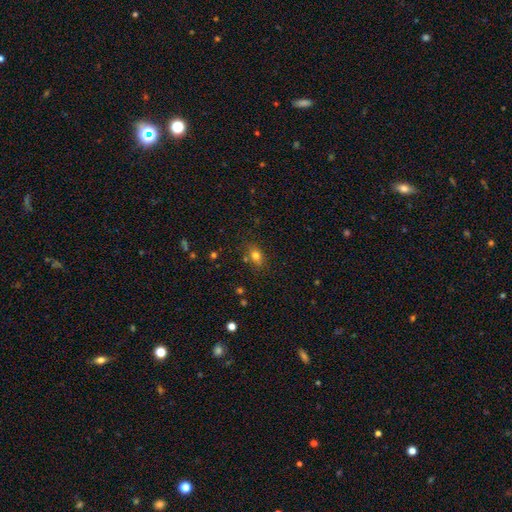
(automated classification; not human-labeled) Smooth or featured: smooth — 76% (star or artifact — 14%)
How rounded: in between — 61% (round — 37%)
Merging: none — 73% (minor disturbance — 16%)